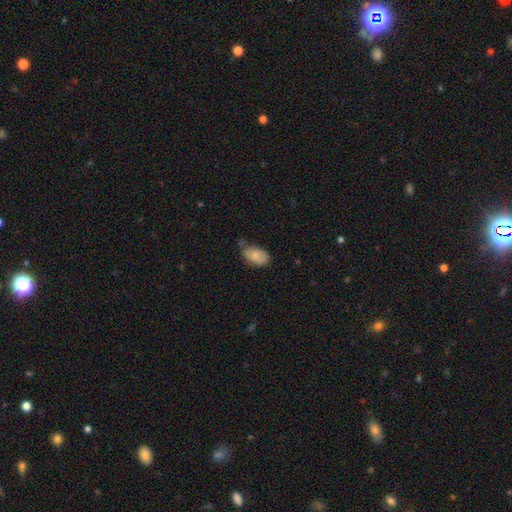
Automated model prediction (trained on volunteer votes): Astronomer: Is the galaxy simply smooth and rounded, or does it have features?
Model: smooth — 80%.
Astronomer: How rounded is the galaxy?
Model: in between — 92%.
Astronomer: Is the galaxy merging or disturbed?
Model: none — 46% (runner-up: minor disturbance, 38%).